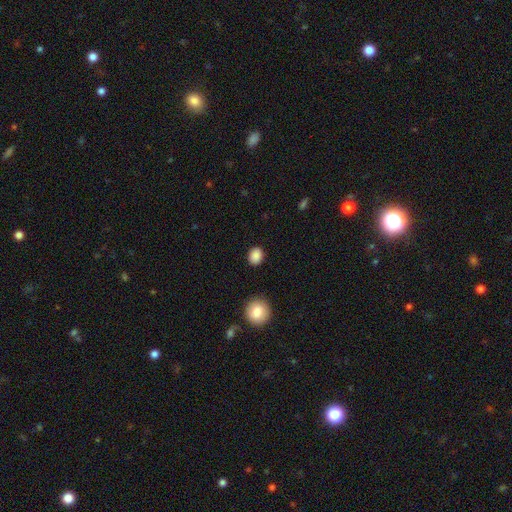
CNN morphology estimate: This appears to be a smooth galaxy with no disk features (88%) that is round (54%). Merging: none (88%).